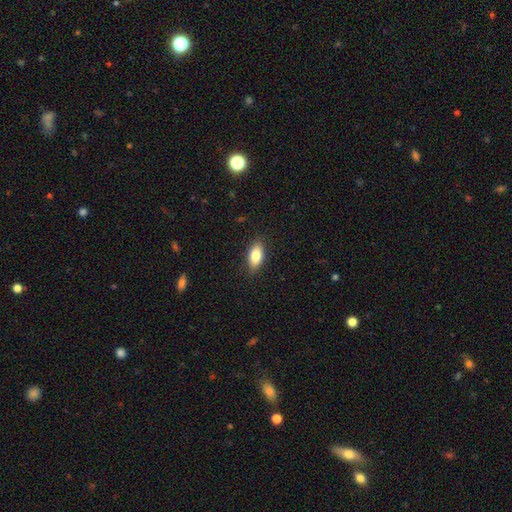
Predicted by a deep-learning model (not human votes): Smooth or featured?
  - smooth: 81% *
  - featured or disk: 12%
  - star or artifact: 7%
How rounded?
  - in between: 87% *
  - cigar-shaped: 8%
  - round: 5%
Merging?
  - none: 87% *
  - minor disturbance: 10%
  - major disturbance: 2%
  - merger: 1%